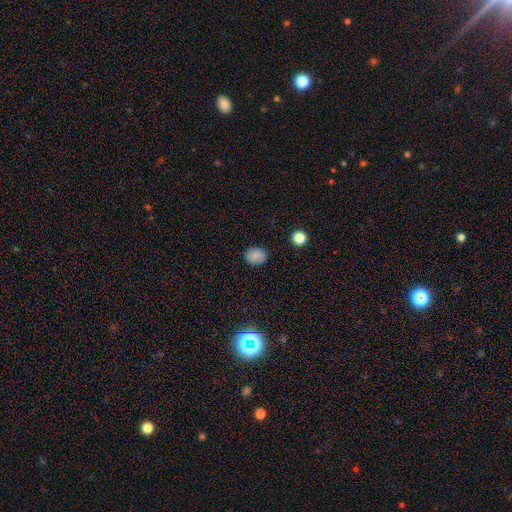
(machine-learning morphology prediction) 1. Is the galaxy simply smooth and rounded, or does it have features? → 84% smooth, 11% star or artifact, 5% featured or disk.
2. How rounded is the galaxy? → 50% round, 49% in between, 1% cigar-shaped.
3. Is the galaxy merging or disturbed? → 86% none, 10% minor disturbance, 2% major disturbance, 1% merger.